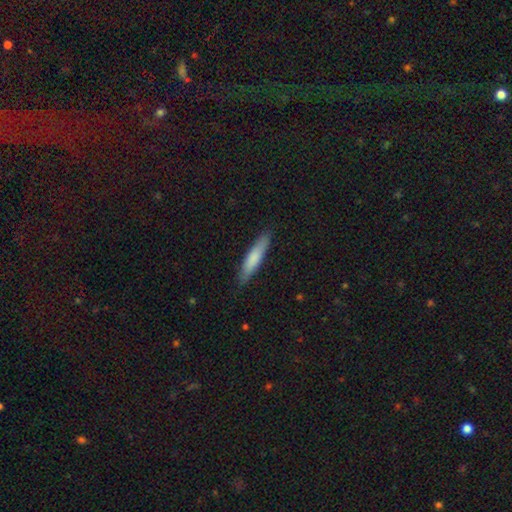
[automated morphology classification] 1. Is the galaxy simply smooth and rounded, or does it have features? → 74% smooth, 20% featured or disk, 6% star or artifact.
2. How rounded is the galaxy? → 88% cigar-shaped, 11% in between, 1% round.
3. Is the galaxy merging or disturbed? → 87% none, 10% minor disturbance, 2% major disturbance, 1% merger.